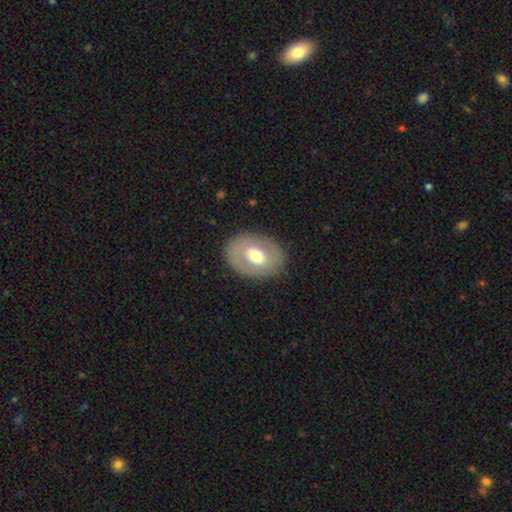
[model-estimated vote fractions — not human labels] This is possibly a smooth galaxy (53%). How rounded: likely in between (69%). Merging: clearly none (83%).